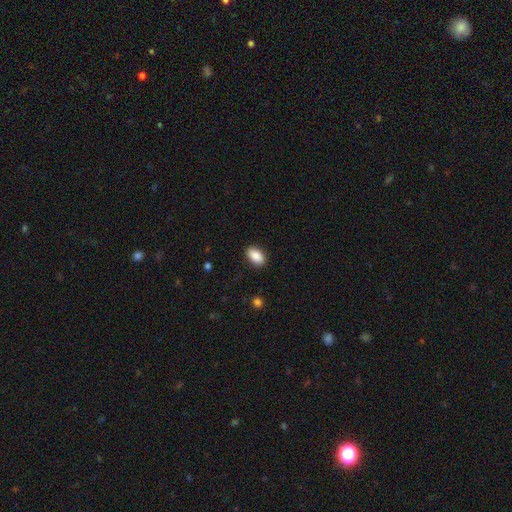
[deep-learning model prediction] A smooth galaxy with no disk features (89%) that is in between round and cigar-shaped (93%). Merging: none (89%).